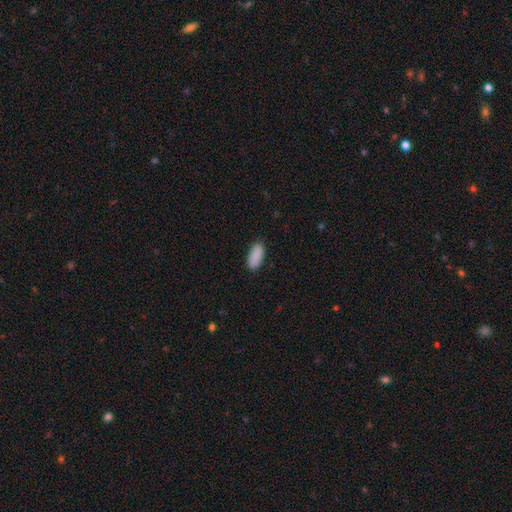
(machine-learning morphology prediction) smooth_or_featured: smooth (p=0.90) [alt: star or artifact p=0.07]
how_rounded: in between (p=0.87) [alt: cigar-shaped p=0.11]
merging: none (p=0.86) [alt: minor disturbance p=0.11]